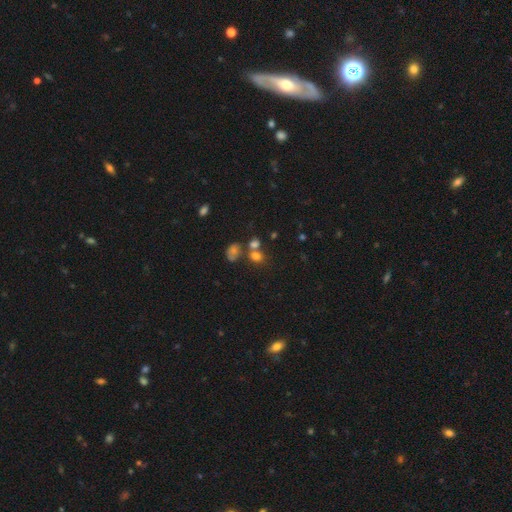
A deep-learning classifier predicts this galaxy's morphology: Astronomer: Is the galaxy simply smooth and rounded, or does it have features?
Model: smooth — 72%.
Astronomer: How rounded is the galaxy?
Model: round — 58% (runner-up: in between, 40%).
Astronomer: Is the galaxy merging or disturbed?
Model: none — 47% (runner-up: merger, 36%).